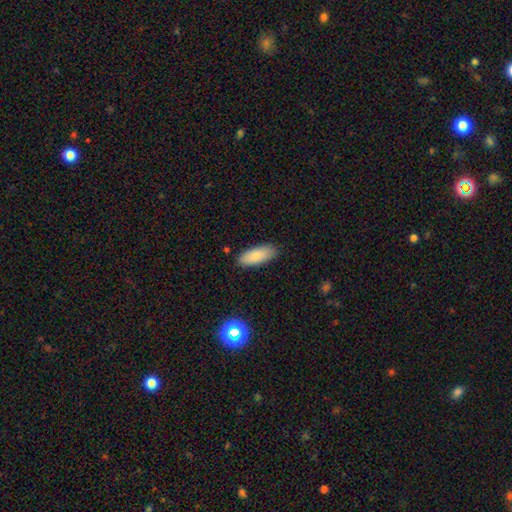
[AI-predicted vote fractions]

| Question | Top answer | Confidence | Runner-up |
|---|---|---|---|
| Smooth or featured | smooth | 87% | featured or disk (6%) |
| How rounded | in between | 79% | cigar-shaped (20%) |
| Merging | none | 86% | minor disturbance (11%) |